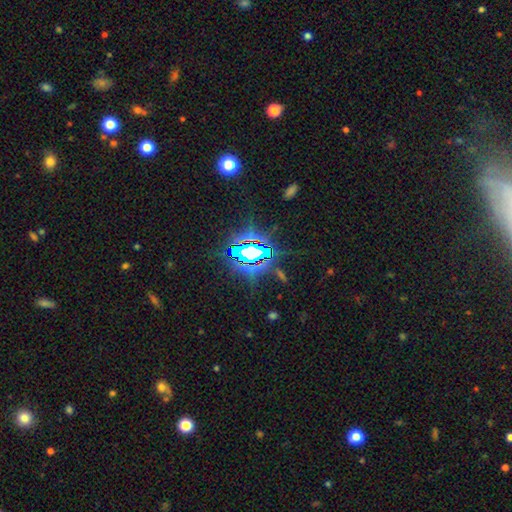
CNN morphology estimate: star or artifact 81%, smooth 11%, featured or disk 8%.